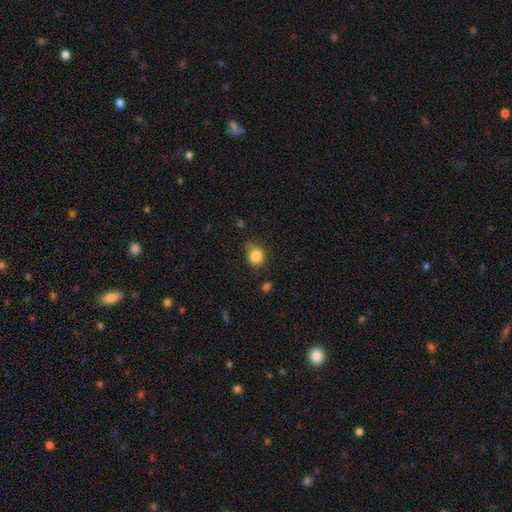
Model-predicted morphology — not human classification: This appears to be a smooth galaxy with no disk features (84%) that is round (61%). Merging: none (61%).